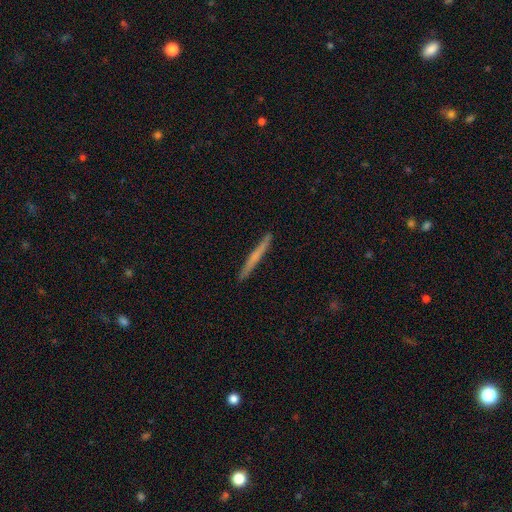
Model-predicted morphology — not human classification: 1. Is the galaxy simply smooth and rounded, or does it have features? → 53% smooth, 41% featured or disk, 6% star or artifact.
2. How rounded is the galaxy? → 97% cigar-shaped, 2% in between, 1% round.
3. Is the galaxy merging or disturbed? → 93% none, 5% minor disturbance, 1% major disturbance, 1% merger.